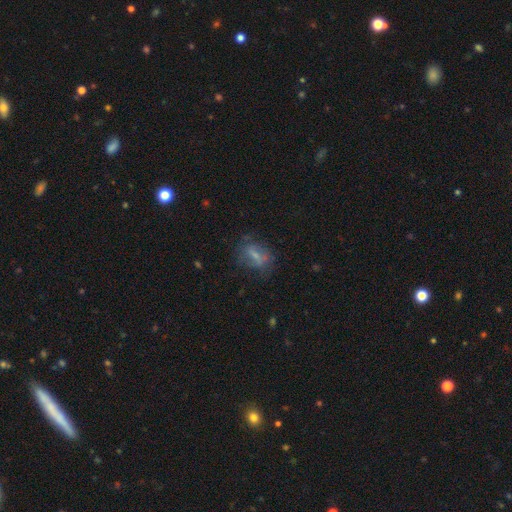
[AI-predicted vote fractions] The model was most divided on "smooth or featured": smooth: 51%, featured or disk: 38%, star or artifact: 11%. More confident: how rounded — in between (69%); merging — none (59%).